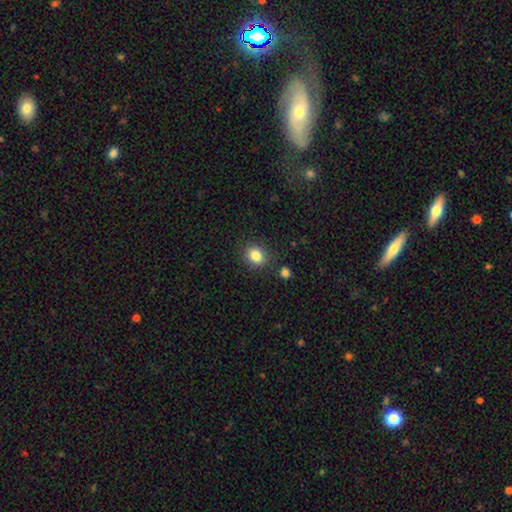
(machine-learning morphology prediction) The model was most divided on "how rounded": round: 58%, in between: 41%, cigar-shaped: 1%. More confident: smooth or featured — smooth (85%); merging — none (84%).